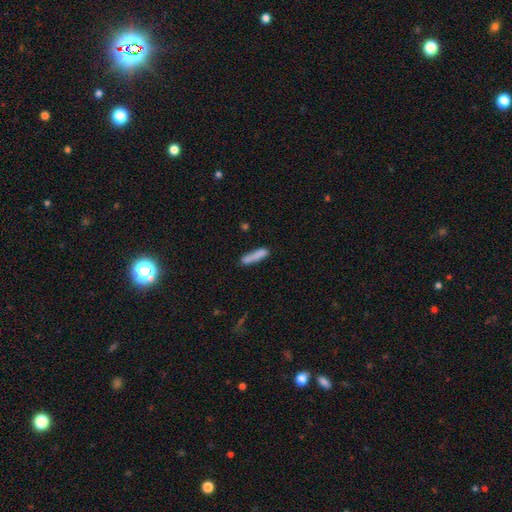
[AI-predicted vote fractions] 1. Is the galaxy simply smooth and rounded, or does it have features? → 80% smooth, 12% featured or disk, 7% star or artifact.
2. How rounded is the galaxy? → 85% cigar-shaped, 14% in between, 2% round.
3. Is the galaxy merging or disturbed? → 68% none, 18% minor disturbance, 9% merger, 5% major disturbance.